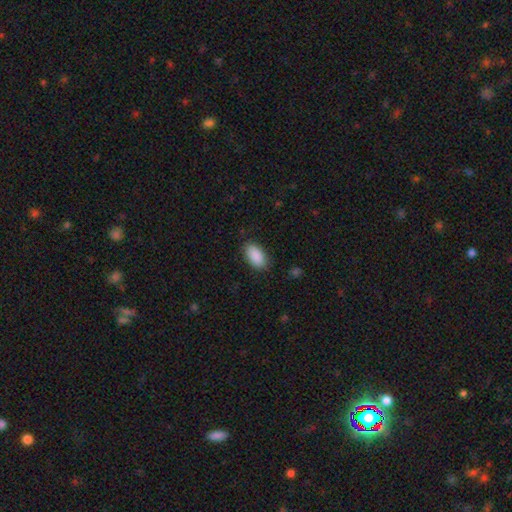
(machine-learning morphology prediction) Q: Smooth or featured?
A: smooth (90%); runner-up: star or artifact (6%)
Q: How rounded?
A: in between (94%); runner-up: round (4%)
Q: Merging?
A: none (84%); runner-up: minor disturbance (12%)